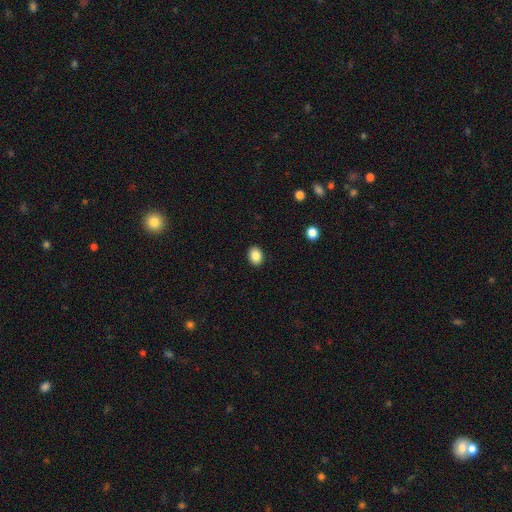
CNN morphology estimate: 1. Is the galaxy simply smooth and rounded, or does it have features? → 87% smooth, 9% star or artifact, 4% featured or disk.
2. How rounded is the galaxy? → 58% in between, 41% round, 1% cigar-shaped.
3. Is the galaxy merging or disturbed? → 91% none, 6% minor disturbance, 2% major disturbance, 1% merger.